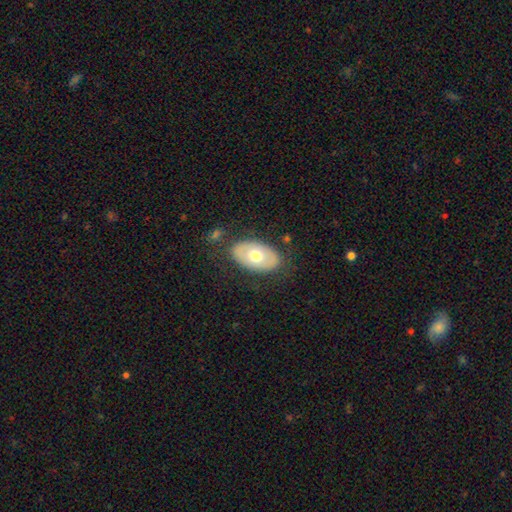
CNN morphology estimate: Smooth or featured?
  - smooth: 59% *
  - featured or disk: 35%
  - star or artifact: 6%
How rounded?
  - in between: 92% *
  - round: 7%
  - cigar-shaped: 1%
Merging?
  - none: 80% *
  - minor disturbance: 13%
  - major disturbance: 5%
  - merger: 2%